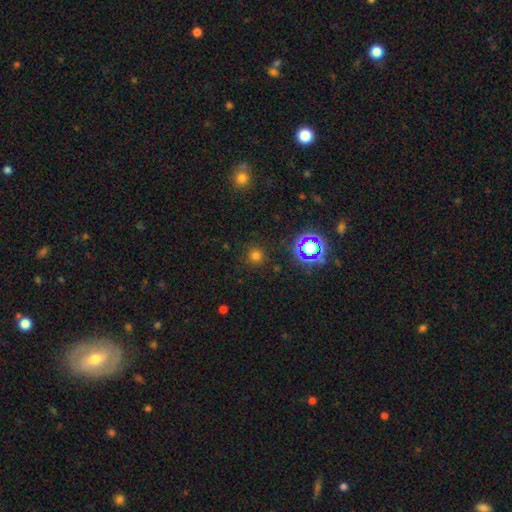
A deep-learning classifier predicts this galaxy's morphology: Smooth or featured?
  - smooth: 68% *
  - star or artifact: 26%
  - featured or disk: 6%
How rounded?
  - round: 93% *
  - in between: 6%
  - cigar-shaped: 1%
Merging?
  - none: 88% *
  - minor disturbance: 7%
  - major disturbance: 3%
  - merger: 2%